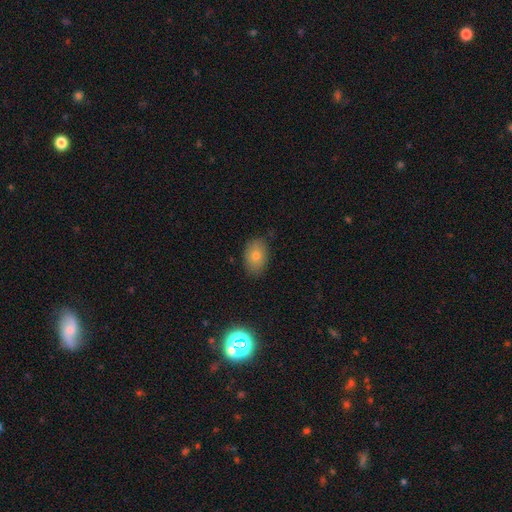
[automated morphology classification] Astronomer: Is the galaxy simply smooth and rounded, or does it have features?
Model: smooth — 72%.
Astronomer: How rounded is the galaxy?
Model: in between — 81%.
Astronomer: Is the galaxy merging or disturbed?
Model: none — 81%.